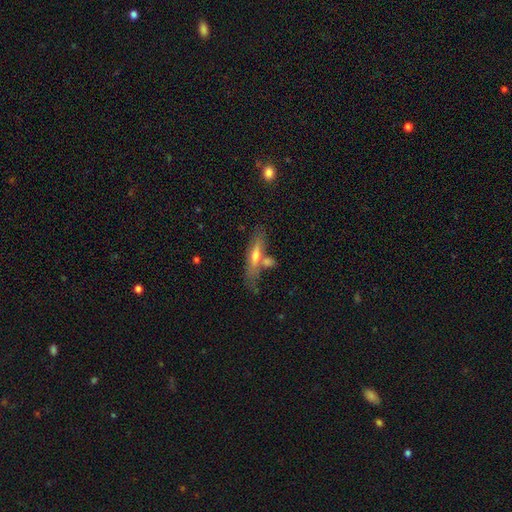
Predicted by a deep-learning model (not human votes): This appears to be a smooth galaxy with no disk features (47%). Merging: none (55%).